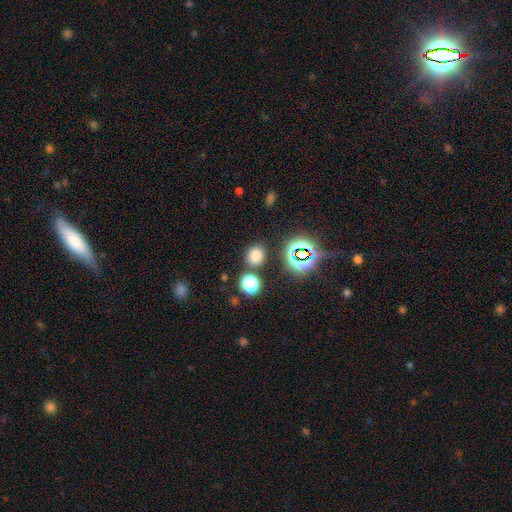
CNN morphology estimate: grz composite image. It shows a smooth galaxy with no disk features (72%) that is round (67%). Merging: none (81%).